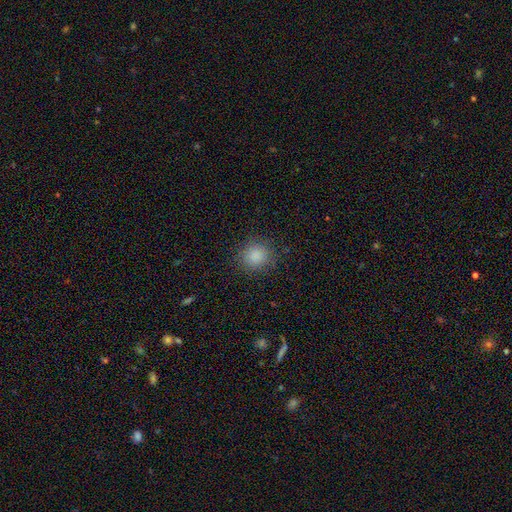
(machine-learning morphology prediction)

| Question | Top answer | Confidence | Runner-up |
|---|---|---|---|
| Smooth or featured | smooth | 86% | star or artifact (10%) |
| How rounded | round | 87% | in between (12%) |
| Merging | none | 87% | minor disturbance (9%) |